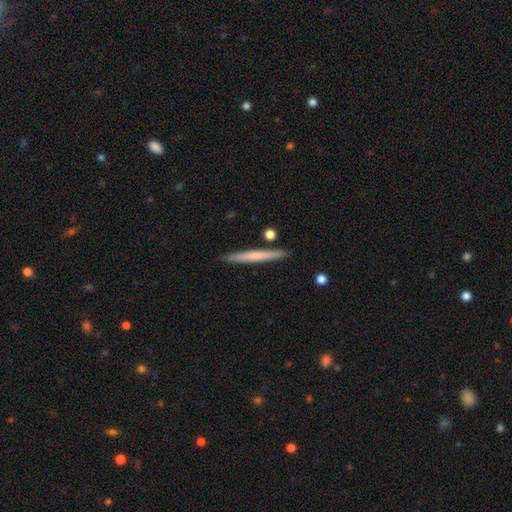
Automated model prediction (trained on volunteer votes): This is possibly a smooth galaxy (60%). How rounded: clearly cigar-shaped (97%). Merging: clearly none (89%).